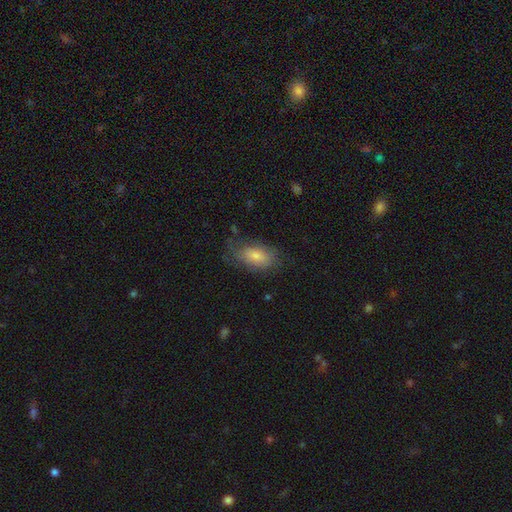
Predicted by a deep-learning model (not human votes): Smooth or featured? smooth (69%)
How rounded? in between (90%)
Merging? none (62%)